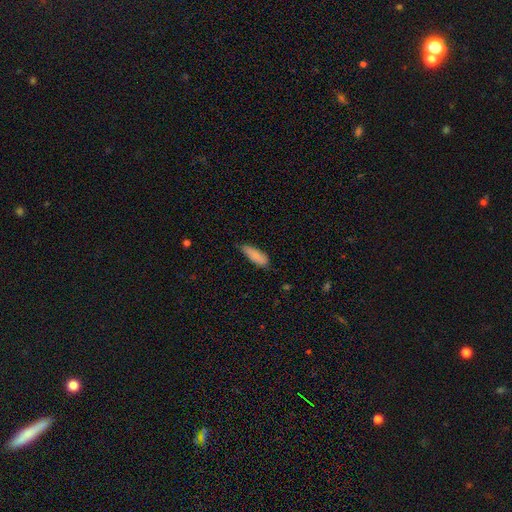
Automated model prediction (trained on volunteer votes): smooth-or-featured: smooth: 83% | featured or disk: 11% | star or artifact: 6%
  how-rounded: in between: 65% | cigar-shaped: 33% | round: 2%
  merging: none: 58% | minor disturbance: 35% | major disturbance: 5% | merger: 2%